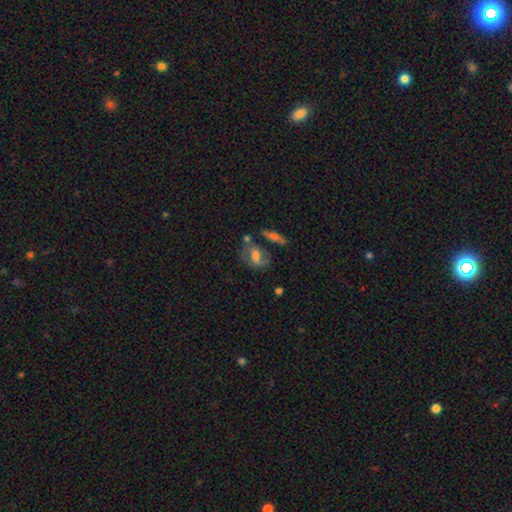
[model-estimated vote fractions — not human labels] Smooth or featured? Predicted: smooth (p=0.46). Merging? Predicted: none (p=0.47).